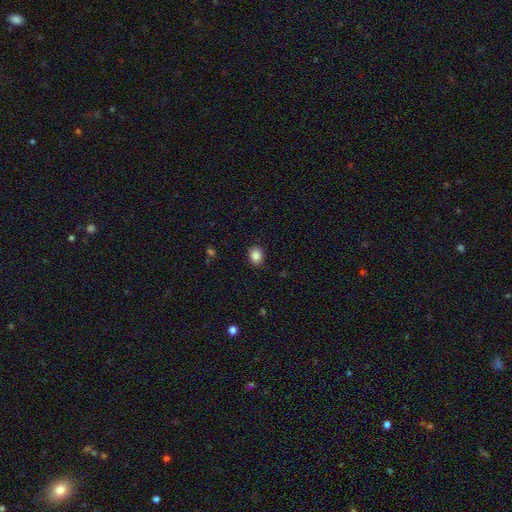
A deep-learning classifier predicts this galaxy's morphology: Q: Smooth or featured?
A: smooth (86%); runner-up: star or artifact (9%)
Q: How rounded?
A: round (54%); runner-up: in between (45%)
Q: Merging?
A: none (89%); runner-up: minor disturbance (8%)